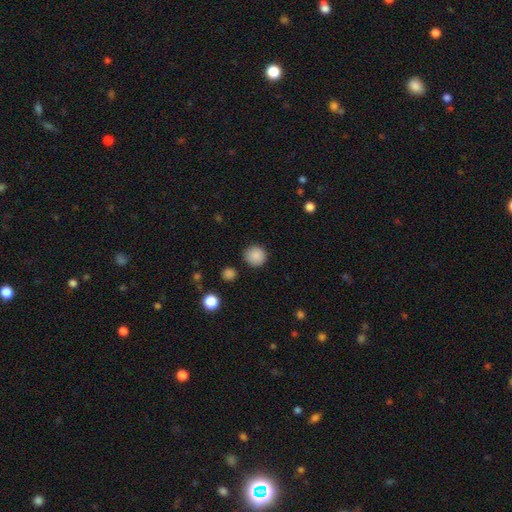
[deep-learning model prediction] A smooth galaxy with no disk features (87%) that is round (93%). Merging: none (87%).